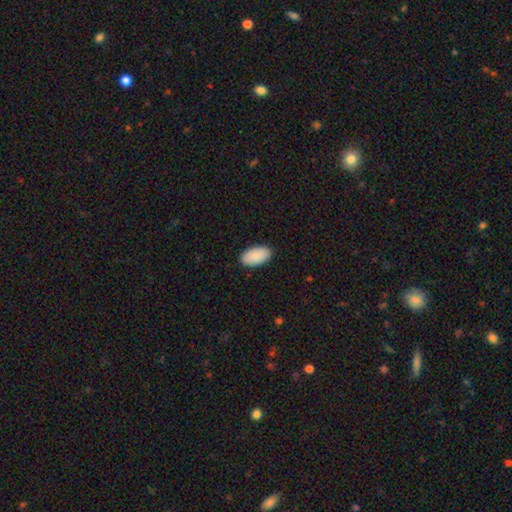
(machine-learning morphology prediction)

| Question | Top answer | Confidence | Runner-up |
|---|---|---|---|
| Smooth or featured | smooth | 91% | star or artifact (6%) |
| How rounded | in between | 96% | round (2%) |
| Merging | none | 90% | minor disturbance (8%) |